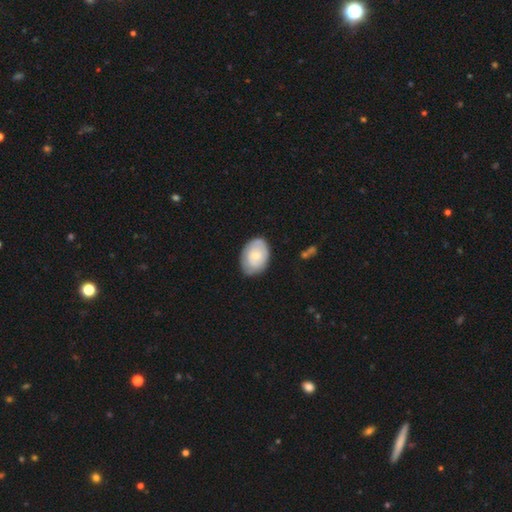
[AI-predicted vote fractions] Overall: smooth (61%; featured or disk 33%). How rounded: in between (80%). Merging: none (74%).